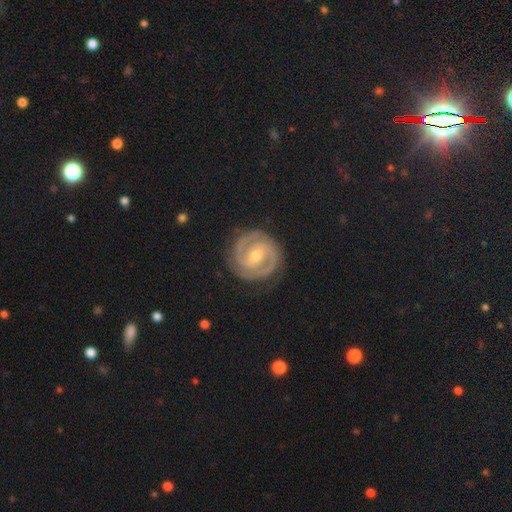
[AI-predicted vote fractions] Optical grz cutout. It shows a featured or disk galaxy (91%) with a weak bar (43%), 2 (84%) tight (73%) spiral arms (98%) and a moderate central bulge (58%). Merging: none (86%).